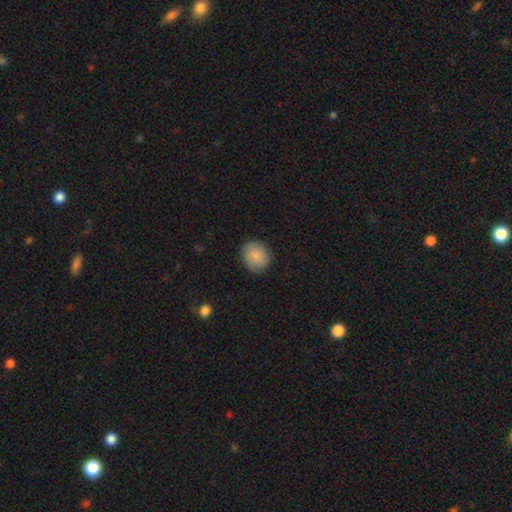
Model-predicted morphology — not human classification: smooth 87%, star or artifact 7%, featured or disk 6%. Down the decision tree: how rounded — round (74%); merging — none (87%).